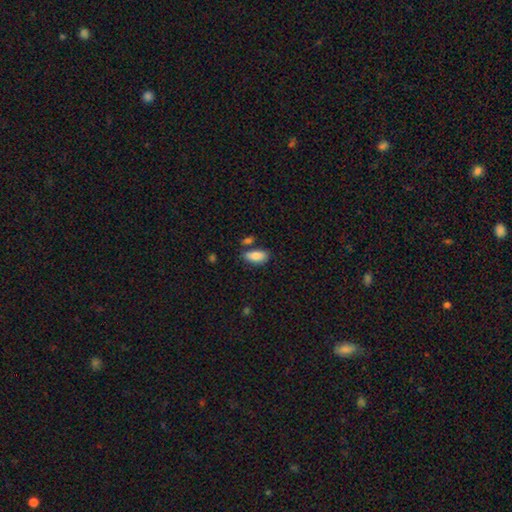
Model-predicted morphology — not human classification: A smooth galaxy with no disk features (85%) that is in between round and cigar-shaped (88%).

Vote fractions:
- Smooth or featured? smooth: 85% / featured or disk: 7% / star or artifact: 7%
- How rounded? in between: 88% / cigar-shaped: 9% / round: 3%
- Merging? none: 64% / minor disturbance: 18% / merger: 14% / major disturbance: 5%